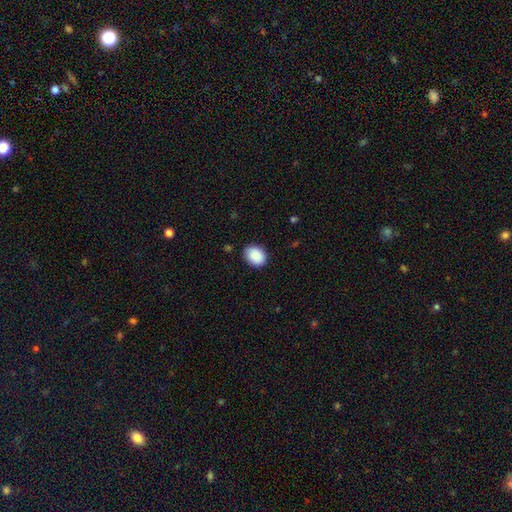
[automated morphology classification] Smooth or featured: smooth — 90% (star or artifact — 7%)
How rounded: in between — 67% (round — 32%)
Merging: none — 85% (minor disturbance — 11%)